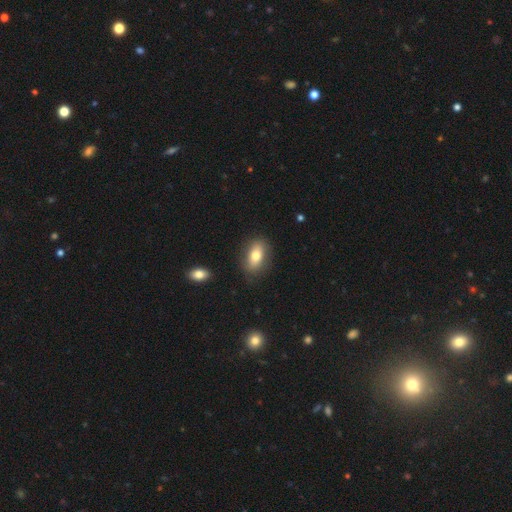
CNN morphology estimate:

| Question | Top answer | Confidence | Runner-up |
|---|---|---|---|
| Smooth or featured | smooth | 75% | featured or disk (17%) |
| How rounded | in between | 85% | round (10%) |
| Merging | none | 83% | minor disturbance (12%) |